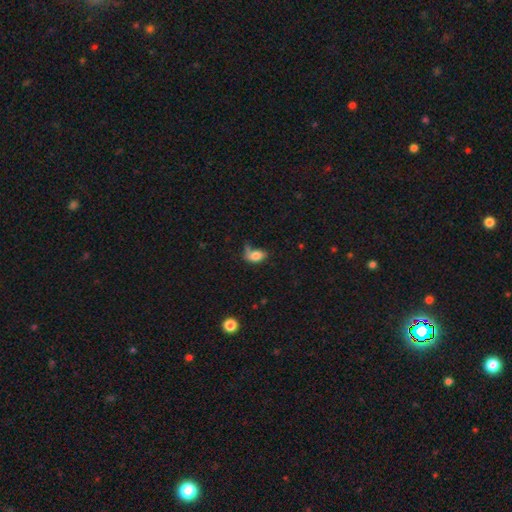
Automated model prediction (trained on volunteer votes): This appears to be a smooth galaxy with no disk features (75%) that is in between round and cigar-shaped (85%). Merging: none (35%).